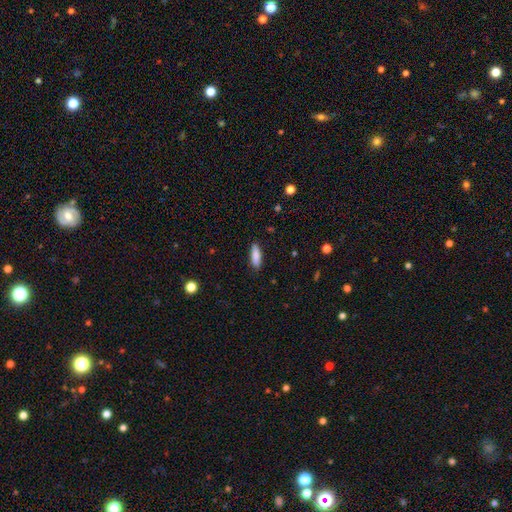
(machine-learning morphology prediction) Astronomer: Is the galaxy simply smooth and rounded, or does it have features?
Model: smooth — 87%.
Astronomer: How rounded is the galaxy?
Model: cigar-shaped — 55% (runner-up: in between, 43%).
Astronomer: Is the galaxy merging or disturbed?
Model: none — 88%.